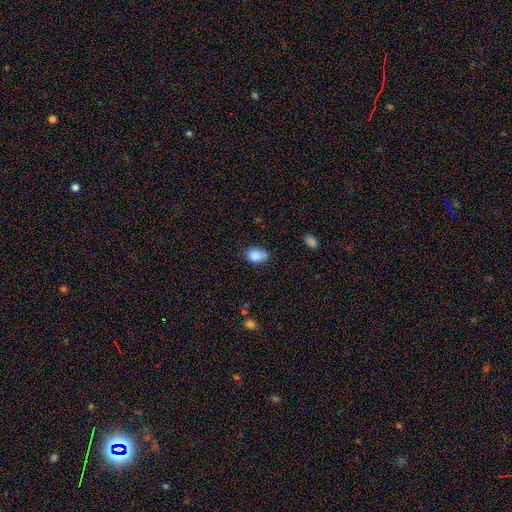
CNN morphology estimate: smooth_or_featured: smooth (p=0.86) [alt: star or artifact p=0.08]
how_rounded: in between (p=0.80) [alt: round p=0.18]
merging: none (p=0.62) [alt: minor disturbance p=0.31]